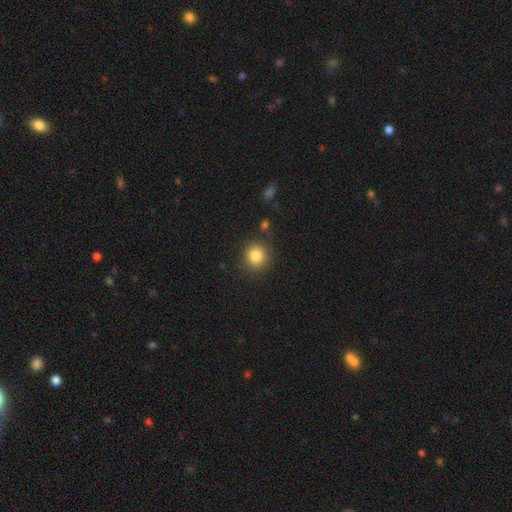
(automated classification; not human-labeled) This is clearly a smooth galaxy (83%). How rounded: clearly round (89%). Merging: clearly none (87%).